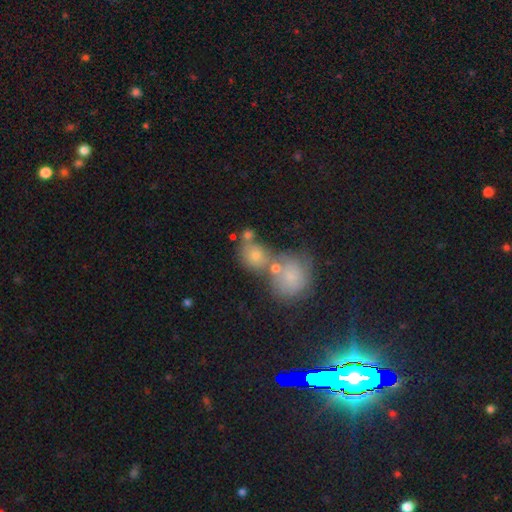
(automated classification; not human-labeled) The model was most divided on "merging": merger: 48%, none: 35%, minor disturbance: 11%, major disturbance: 6%. More confident: how rounded — round (65%); smooth or featured — smooth (62%).